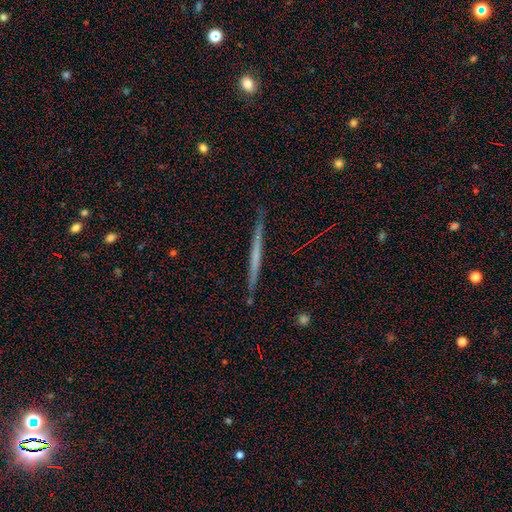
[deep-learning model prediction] This appears to be a featured or disk galaxy (57%) viewed edge-on (98%) with no central bulge (89%). Merging: none (91%).